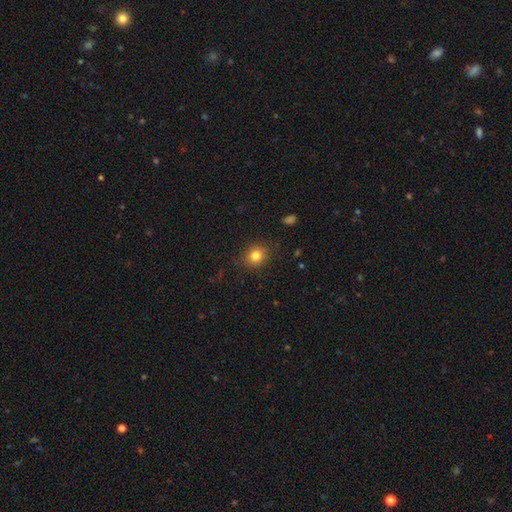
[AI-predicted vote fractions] Q: Smooth or featured?
A: smooth (81%); runner-up: star or artifact (12%)
Q: How rounded?
A: round (72%); runner-up: in between (27%)
Q: Merging?
A: none (87%); runner-up: minor disturbance (9%)